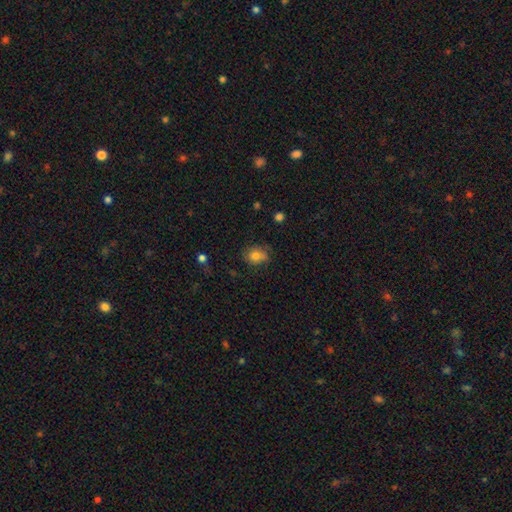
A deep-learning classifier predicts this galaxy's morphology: Smooth or featured? Predicted: smooth (p=0.75). How rounded? Predicted: round (p=0.50). Merging? Predicted: none (p=0.62).